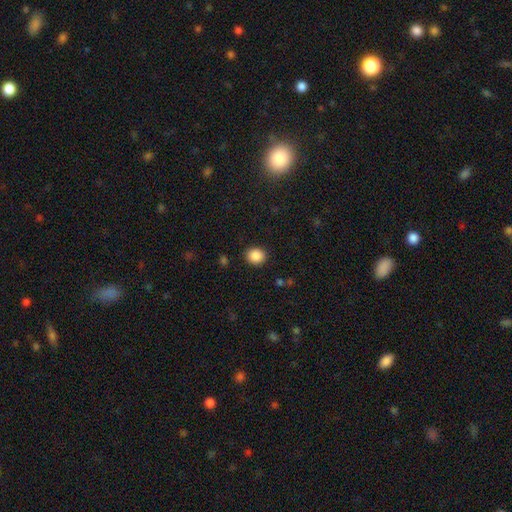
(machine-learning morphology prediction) Overall: smooth (87%). How rounded: round (80%). Merging: none (90%).